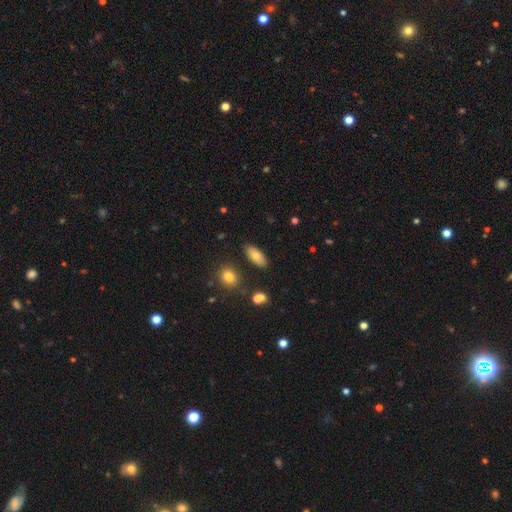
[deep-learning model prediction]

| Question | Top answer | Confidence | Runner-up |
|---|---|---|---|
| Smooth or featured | smooth | 74% | featured or disk (17%) |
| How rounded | in between | 85% | cigar-shaped (11%) |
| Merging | none | 84% | minor disturbance (10%) |